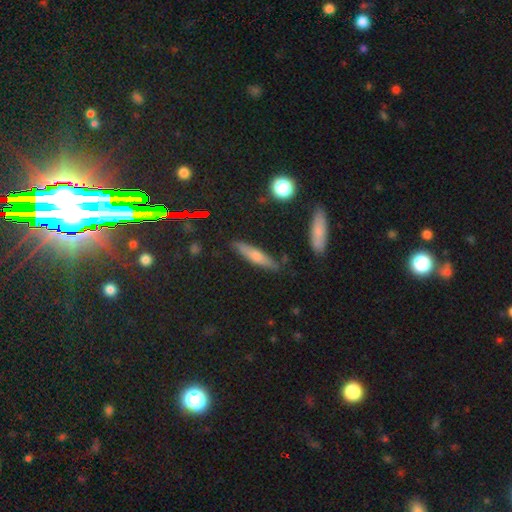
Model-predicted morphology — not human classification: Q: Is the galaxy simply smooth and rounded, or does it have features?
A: smooth — 56%.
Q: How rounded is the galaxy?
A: cigar-shaped — 82%.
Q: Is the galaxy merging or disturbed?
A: none — 83%.